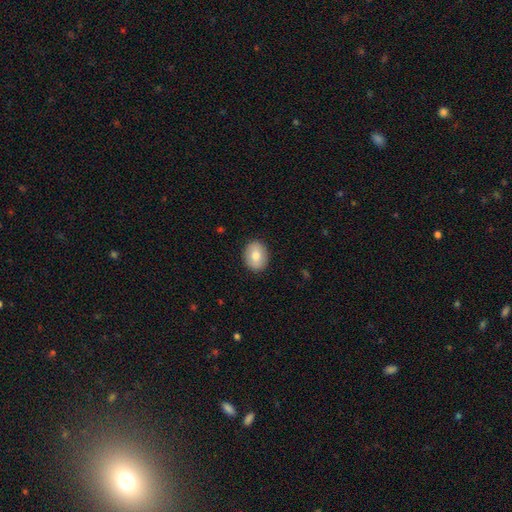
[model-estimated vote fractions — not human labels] smooth 79%, featured or disk 14%, star or artifact 7%. Down the decision tree: how rounded — in between (57%); merging — none (90%).